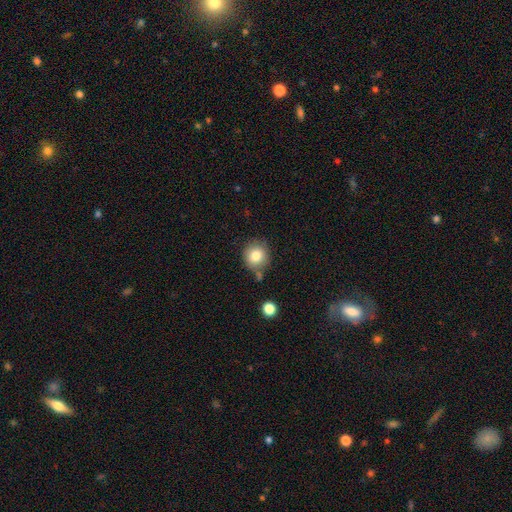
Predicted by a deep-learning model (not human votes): smooth_or_featured: smooth (p=0.81) [alt: star or artifact p=0.10]
how_rounded: round (p=0.90) [alt: in between p=0.09]
merging: none (p=0.73) [alt: minor disturbance p=0.14]